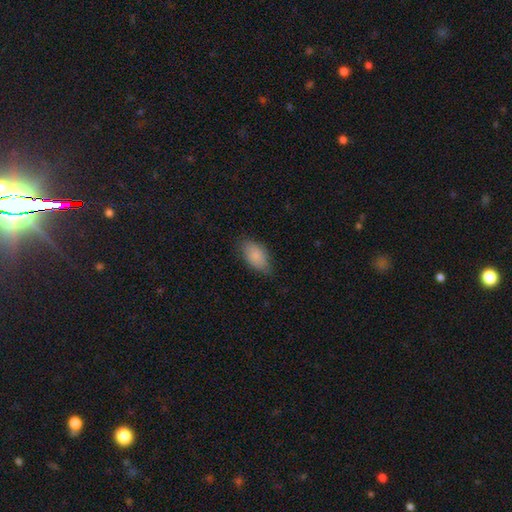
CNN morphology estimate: A smooth galaxy with no disk features (86%) that is in between round and cigar-shaped (93%). Merging: none (76%).